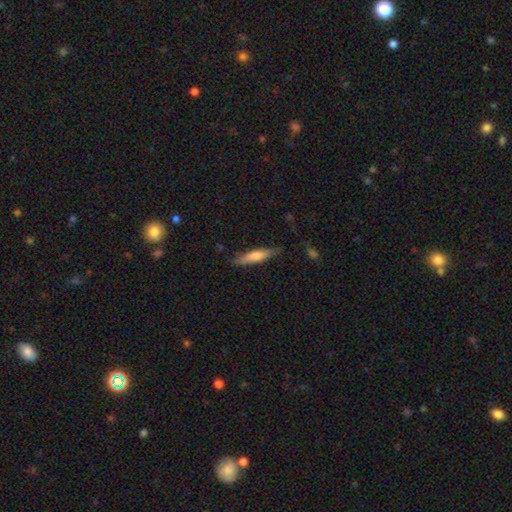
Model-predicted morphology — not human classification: Overall: smooth (62%; featured or disk 32%). How rounded: cigar-shaped (83%). Merging: none (83%).